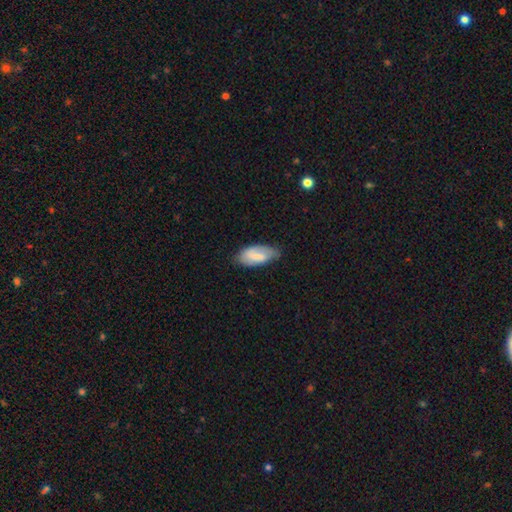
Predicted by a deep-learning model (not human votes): smooth-or-featured: smooth: 61% | featured or disk: 32% | star or artifact: 6%
  how-rounded: in between: 91% | cigar-shaped: 7% | round: 2%
  merging: none: 61% | minor disturbance: 30% | major disturbance: 7% | merger: 2%